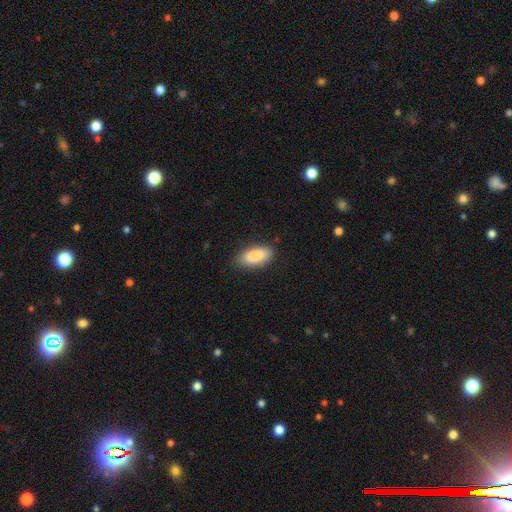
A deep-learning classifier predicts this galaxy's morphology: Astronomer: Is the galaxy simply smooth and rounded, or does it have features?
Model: smooth — 87%.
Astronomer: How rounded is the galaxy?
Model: in between — 88%.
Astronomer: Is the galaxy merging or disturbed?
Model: none — 82%.